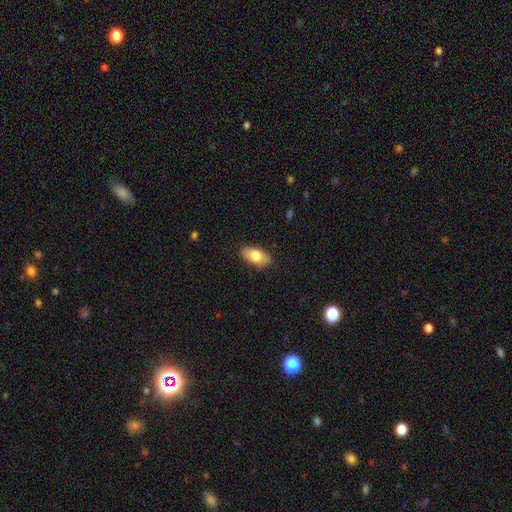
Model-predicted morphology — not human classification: smooth 78%, featured or disk 16%, star or artifact 6%. Down the decision tree: how rounded — in between (92%); merging — none (86%).